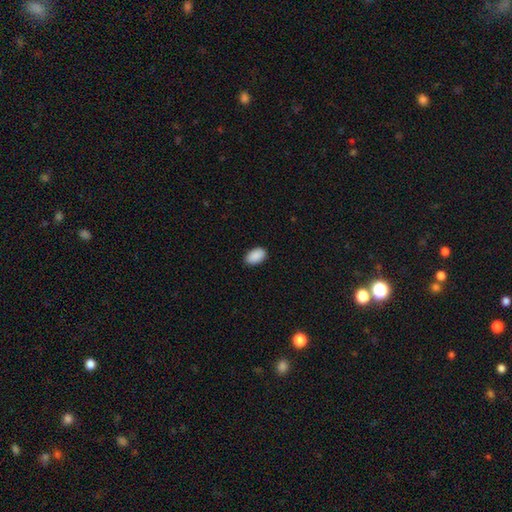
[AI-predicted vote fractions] smooth-or-featured: smooth: 91% | star or artifact: 6% | featured or disk: 3%
  how-rounded: in between: 94% | round: 5% | cigar-shaped: 1%
  merging: none: 89% | minor disturbance: 8% | major disturbance: 2% | merger: 1%